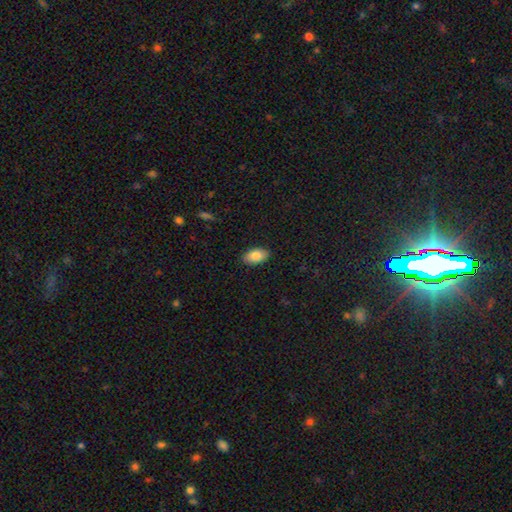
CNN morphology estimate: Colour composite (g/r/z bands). It shows a smooth galaxy with no disk features (83%) that is in between round and cigar-shaped (94%). Merging: none (89%).